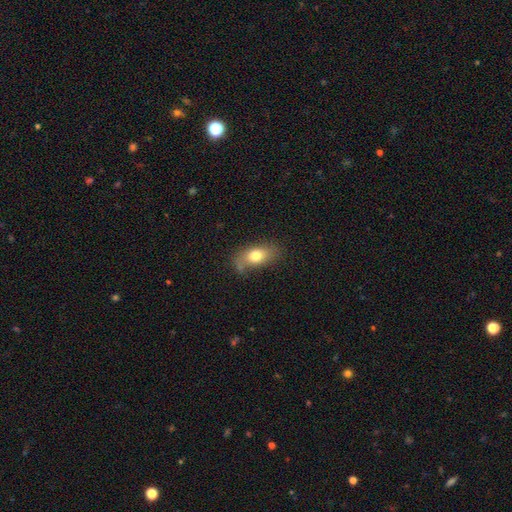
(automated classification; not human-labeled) Overall: smooth (72%). How rounded: in between (83%). Merging: none (58%; minor disturbance 26%).